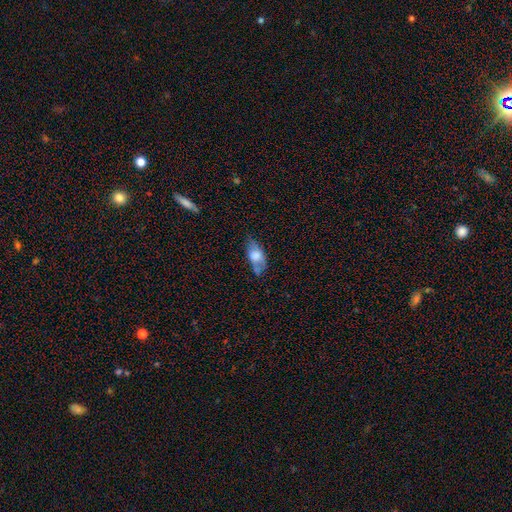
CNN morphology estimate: smooth 64%, featured or disk 28%, star or artifact 8%. Down the decision tree: how rounded — in between (87%); merging — none (53%).